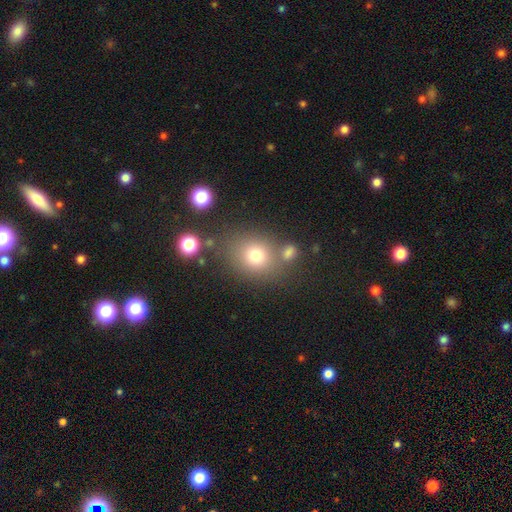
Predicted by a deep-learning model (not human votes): Morphology: type=smooth (74%); roundness=round (69%); merging=none (69%).